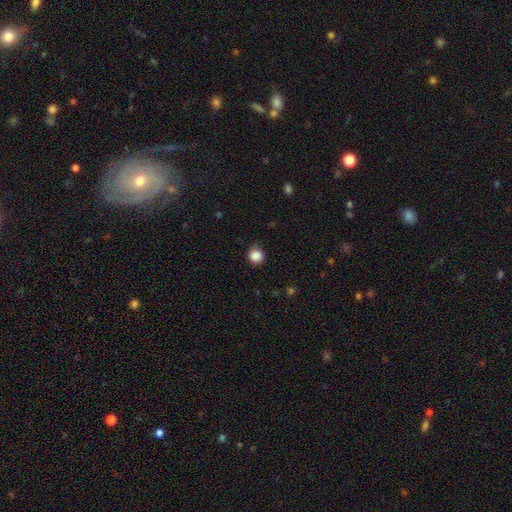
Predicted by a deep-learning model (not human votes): smooth-or-featured: smooth: 87% | star or artifact: 10% | featured or disk: 3%
  how-rounded: round: 90% | in between: 9% | cigar-shaped: 1%
  merging: none: 83% | minor disturbance: 13% | major disturbance: 3% | merger: 1%